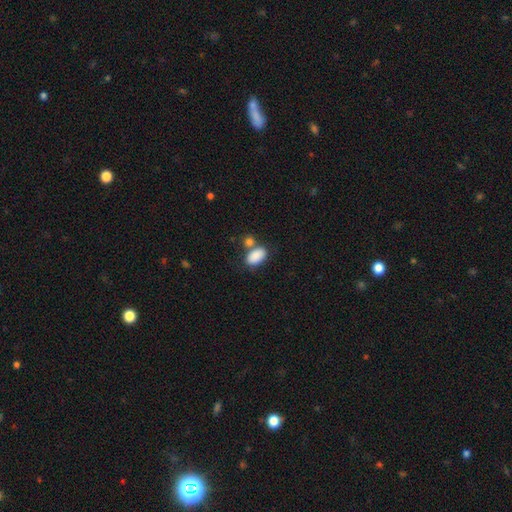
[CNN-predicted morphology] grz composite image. It shows a smooth galaxy with no disk features (88%) that is in between round and cigar-shaped (92%). Merging: none (56%).